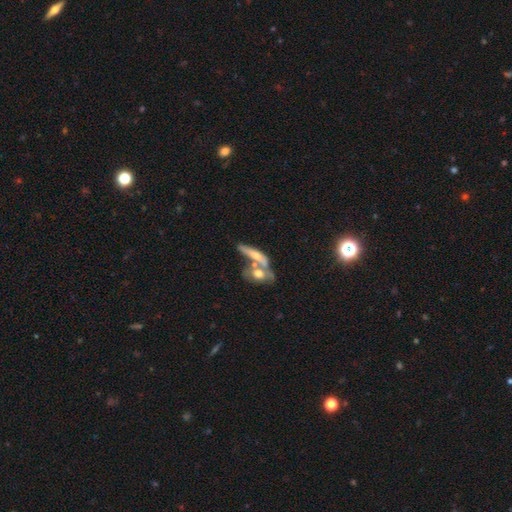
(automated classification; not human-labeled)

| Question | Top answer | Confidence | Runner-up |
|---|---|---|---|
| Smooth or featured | smooth | 49% | featured or disk (43%) |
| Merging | merger | 53% | none (29%) |